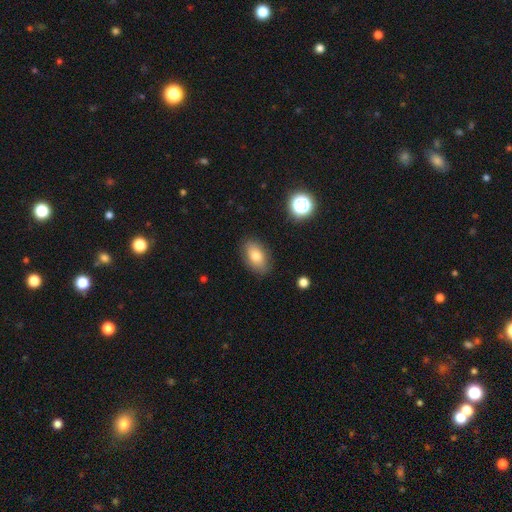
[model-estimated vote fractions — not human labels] smooth_or_featured: smooth (p=0.76) [alt: featured or disk p=0.15]
how_rounded: in between (p=0.90) [alt: round p=0.08]
merging: none (p=0.84) [alt: minor disturbance p=0.12]